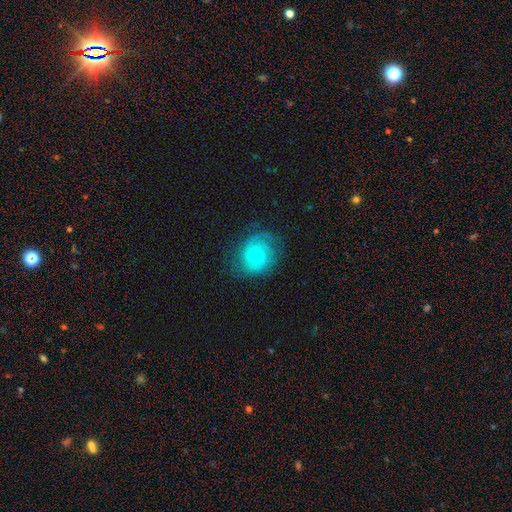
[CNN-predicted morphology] smooth-or-featured: featured or disk: 66% | smooth: 27% | star or artifact: 7%
  disk-edge-on: no: 98% | yes: 2%
    bar: no: 60% | weak: 36% | strong: 4%
    has-spiral-arms: yes: 92% | no: 8%
      spiral-winding: tight: 48% | medium: 40% | loose: 13%
      spiral-arm-count: 2: 39% | can't tell: 28% | 3: 19% | 1: 5% | 4: 5% | more than 4: 4%
    bulge-size: small: 59% | moderate: 33% | none: 5% | large: 2% | dominant: 1%
  merging: none: 70% | minor disturbance: 19% | major disturbance: 9% | merger: 1%